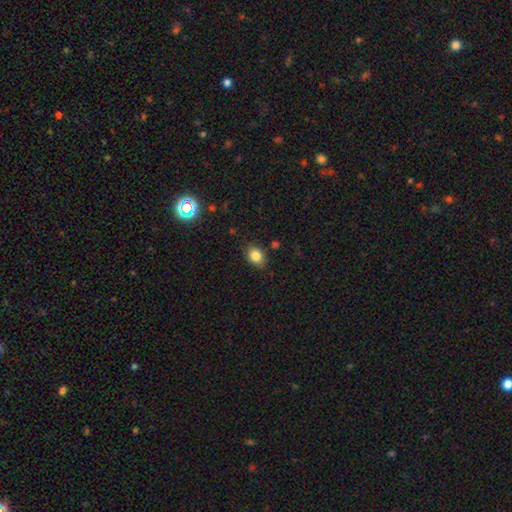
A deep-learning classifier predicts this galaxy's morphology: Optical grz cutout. It shows a smooth galaxy with no disk features (83%) that is in between round and cigar-shaped (68%). Merging: none (83%).